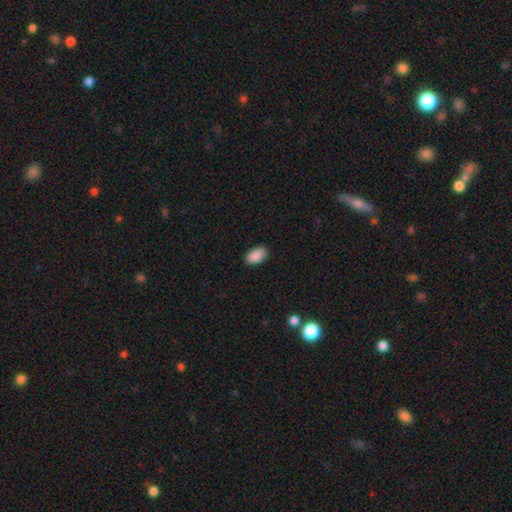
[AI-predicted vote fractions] Overall: smooth (90%). How rounded: in between (93%). Merging: none (88%).